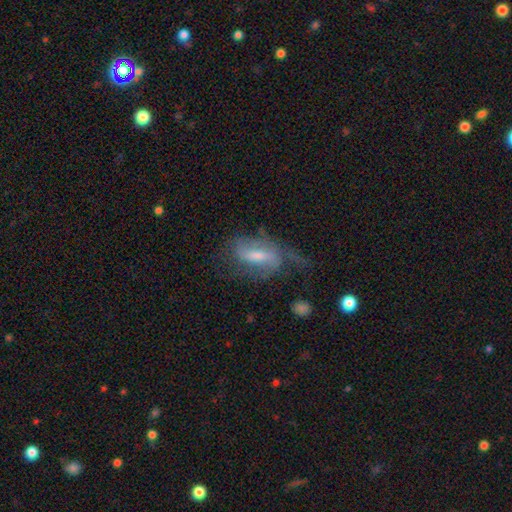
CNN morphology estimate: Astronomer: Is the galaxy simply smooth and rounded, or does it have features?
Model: featured or disk — 61%.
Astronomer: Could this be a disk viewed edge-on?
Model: no — 89%.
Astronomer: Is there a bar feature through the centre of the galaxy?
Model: weak — 46% (runner-up: strong, 29%).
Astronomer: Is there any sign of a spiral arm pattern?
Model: yes — 75%.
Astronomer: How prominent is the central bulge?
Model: moderate — 46% (runner-up: small, 36%).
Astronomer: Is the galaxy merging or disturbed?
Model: none — 37% (runner-up: major disturbance, 35%).